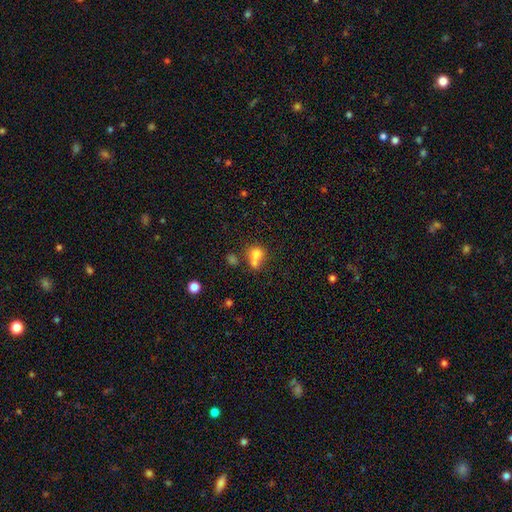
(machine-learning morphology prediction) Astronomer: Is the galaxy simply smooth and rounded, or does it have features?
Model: smooth — 72%.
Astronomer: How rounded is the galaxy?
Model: in between — 54% (runner-up: round, 42%).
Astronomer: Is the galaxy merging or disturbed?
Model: merger — 50% (runner-up: none, 28%).